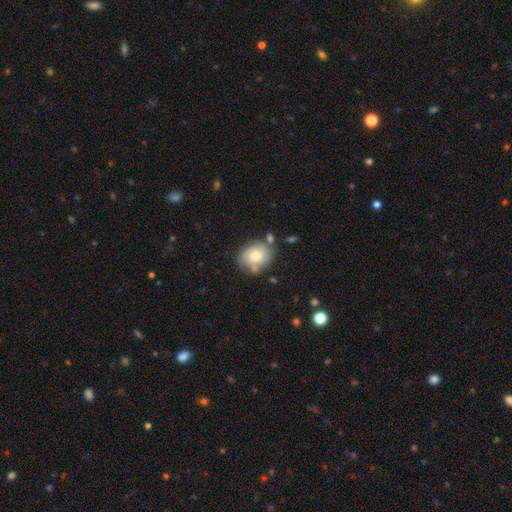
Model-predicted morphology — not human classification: Smooth or featured? smooth (74%)
How rounded? in between (56%)
Merging? none (65%)